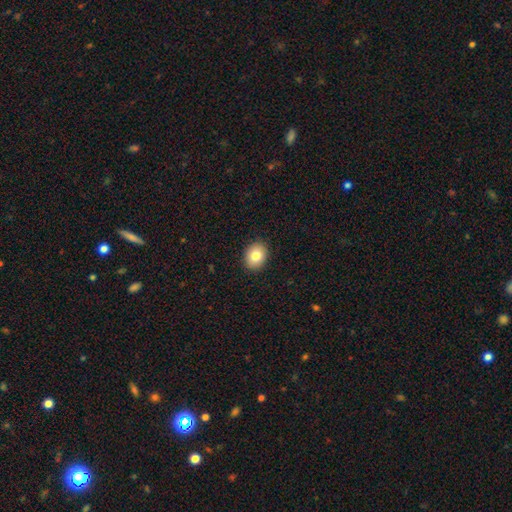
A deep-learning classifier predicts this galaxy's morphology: smooth_or_featured: smooth (p=0.81) [alt: featured or disk p=0.10]
how_rounded: in between (p=0.51) [alt: round p=0.49]
merging: none (p=0.91) [alt: minor disturbance p=0.06]